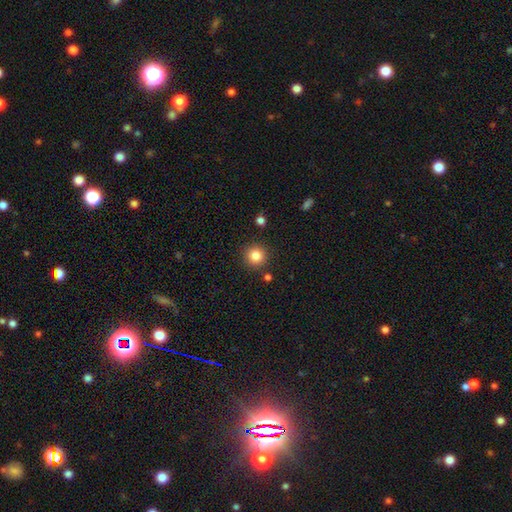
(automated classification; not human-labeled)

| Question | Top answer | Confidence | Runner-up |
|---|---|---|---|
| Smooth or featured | smooth | 84% | star or artifact (11%) |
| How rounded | round | 94% | in between (5%) |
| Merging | none | 89% | minor disturbance (6%) |